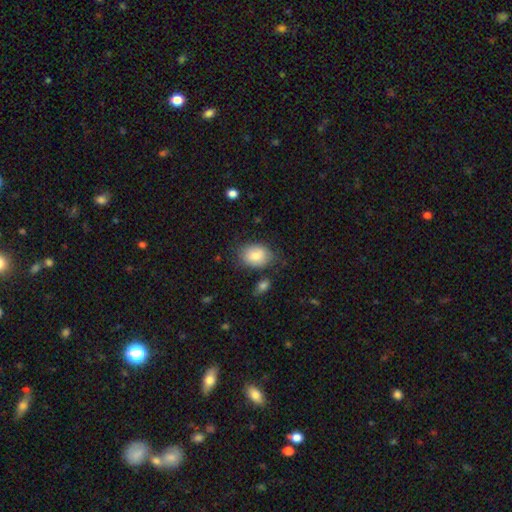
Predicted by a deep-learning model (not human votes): smooth-or-featured: smooth: 83% | featured or disk: 10% | star or artifact: 7%
  how-rounded: in between: 68% | round: 31% | cigar-shaped: 1%
  merging: none: 69% | minor disturbance: 19% | major disturbance: 6% | merger: 5%